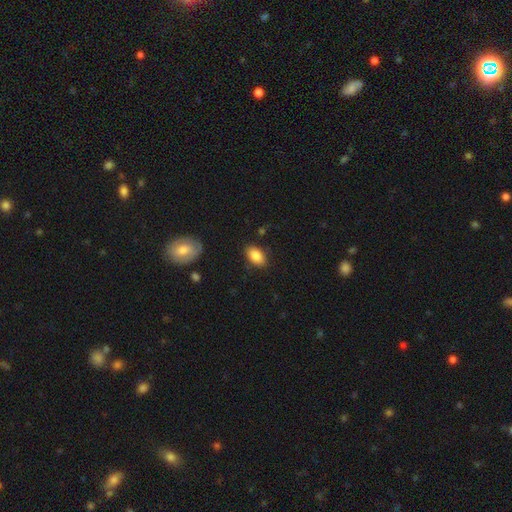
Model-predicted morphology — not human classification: Smooth or featured? smooth (86%)
How rounded? in between (91%)
Merging? none (83%)